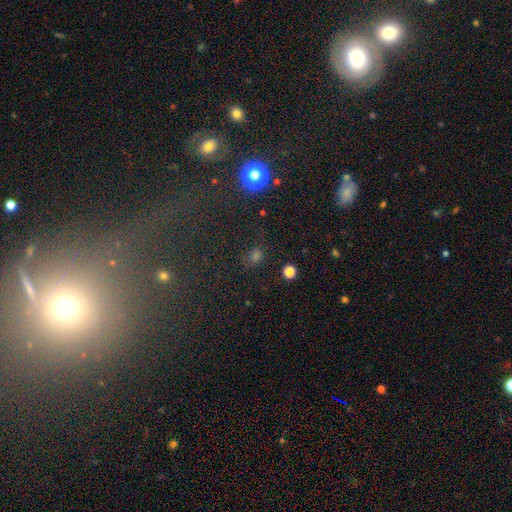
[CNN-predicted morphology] Smooth or featured? Predicted: smooth (p=0.58). How rounded? Predicted: round (p=0.60). Merging? Predicted: none (p=0.74).